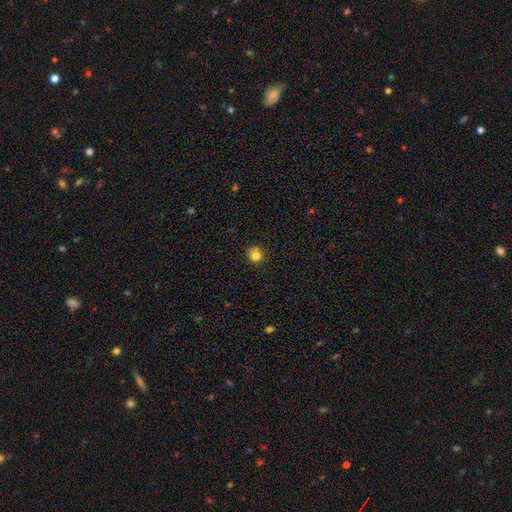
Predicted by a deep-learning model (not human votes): Smooth or featured? Predicted: smooth (p=0.78). How rounded? Predicted: round (p=0.88). Merging? Predicted: none (p=0.72).